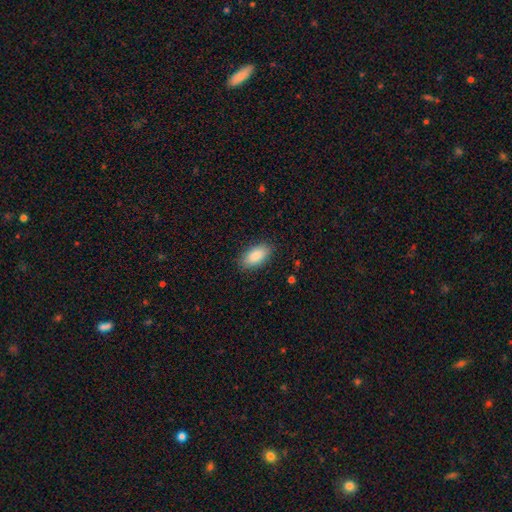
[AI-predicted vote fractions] Smooth or featured? Predicted: smooth (p=0.88). How rounded? Predicted: in between (p=0.92). Merging? Predicted: none (p=0.87).